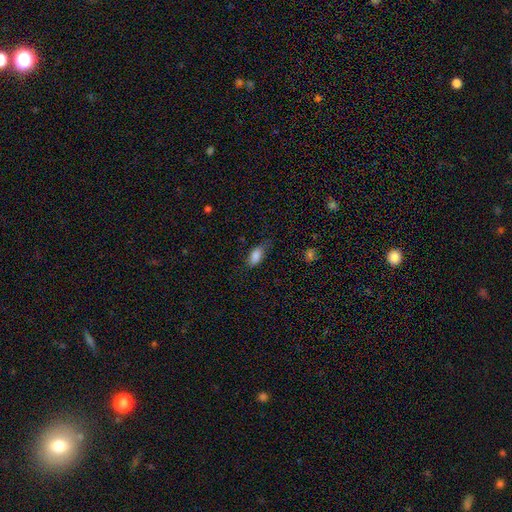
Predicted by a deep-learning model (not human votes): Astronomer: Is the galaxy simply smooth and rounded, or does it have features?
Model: smooth — 84%.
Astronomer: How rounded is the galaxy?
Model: in between — 86%.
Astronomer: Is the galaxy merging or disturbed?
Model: none — 57%.